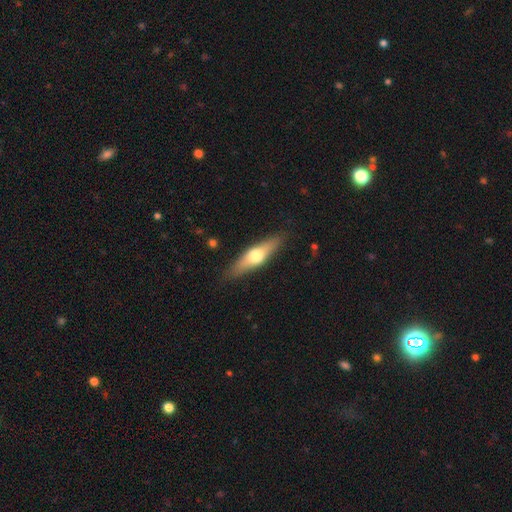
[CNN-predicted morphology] smooth-or-featured: featured or disk: 49% | smooth: 45% | star or artifact: 6%
  merging: none: 87% | minor disturbance: 10% | major disturbance: 2% | merger: 1%